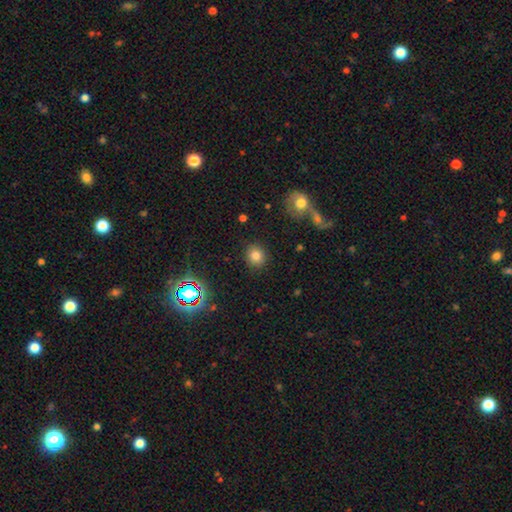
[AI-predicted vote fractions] A smooth galaxy with no disk features (79%) that is round (80%).

Vote fractions:
- Smooth or featured? smooth: 79% / star or artifact: 14% / featured or disk: 7%
- How rounded? round: 80% / in between: 19% / cigar-shaped: 1%
- Merging? none: 88% / minor disturbance: 8% / major disturbance: 3% / merger: 2%